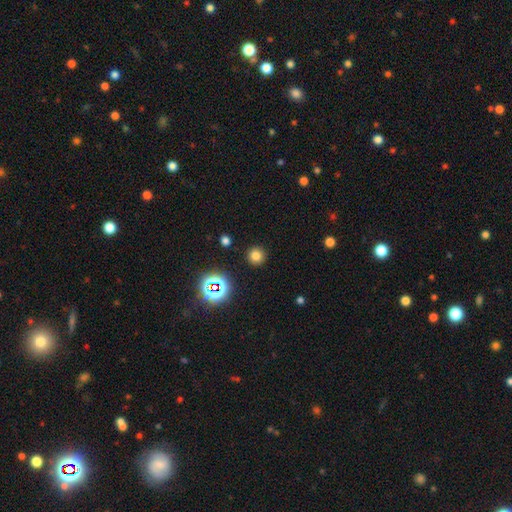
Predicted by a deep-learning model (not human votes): Overall: smooth (74%). How rounded: round (94%). Merging: none (91%).